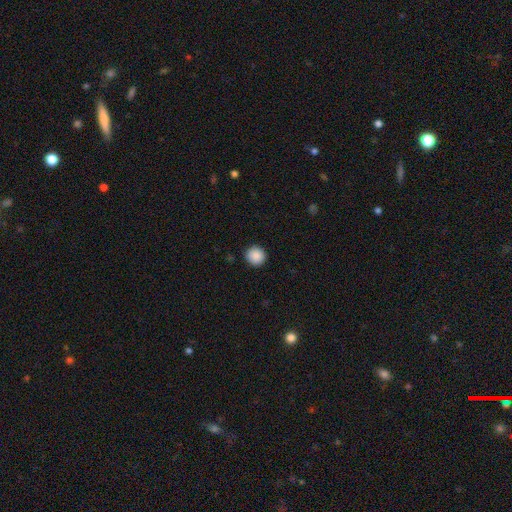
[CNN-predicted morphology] Smooth or featured? smooth (89%)
How rounded? round (94%)
Merging? none (92%)